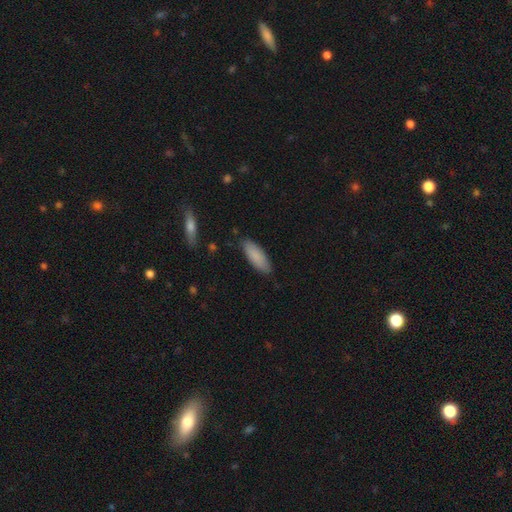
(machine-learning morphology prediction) Smooth or featured? smooth (87%)
How rounded? in between (68%)
Merging? none (85%)